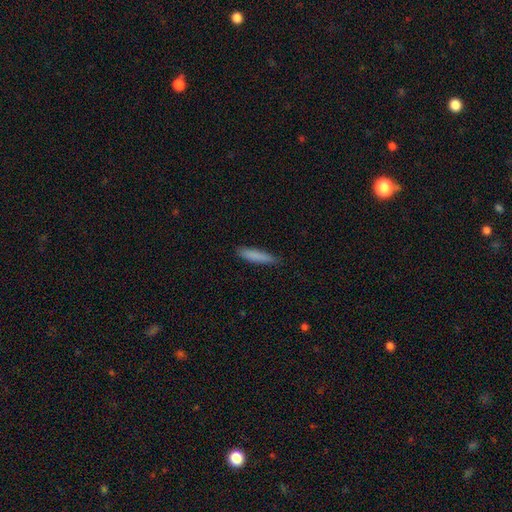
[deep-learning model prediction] Smooth or featured? Predicted: smooth (p=0.84). How rounded? Predicted: cigar-shaped (p=0.85). Merging? Predicted: none (p=0.85).